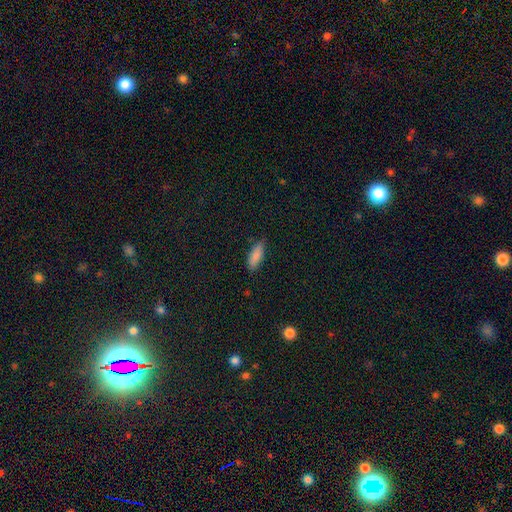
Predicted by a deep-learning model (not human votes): A smooth galaxy with no disk features (86%) that is in between round and cigar-shaped (69%).

Vote fractions:
- Smooth or featured? smooth: 86% / star or artifact: 7% / featured or disk: 7%
- How rounded? in between: 69% / cigar-shaped: 29% / round: 2%
- Merging? none: 77% / minor disturbance: 19% / major disturbance: 3% / merger: 1%